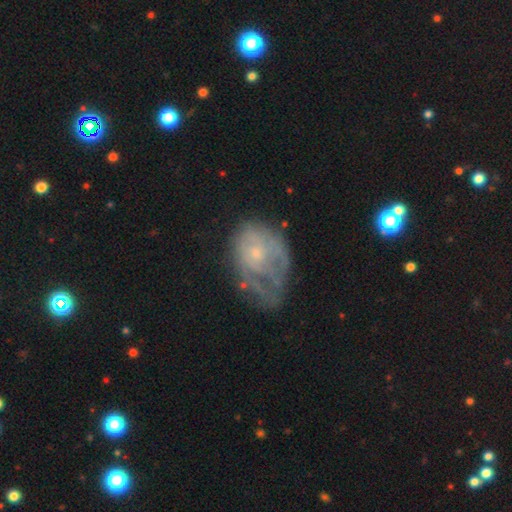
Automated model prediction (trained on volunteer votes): Q: Smooth or featured?
A: featured or disk (62%); runner-up: smooth (30%)
Q: Edge-on disk?
A: no (97%); runner-up: yes (3%)
Q: Bar?
A: no (80%); runner-up: weak (17%)
Q: Spiral arms?
A: yes (52%); runner-up: no (48%)
Q: Bulge size?
A: small (60%); runner-up: moderate (28%)
Q: Merging?
A: major disturbance (35%); runner-up: none (32%)